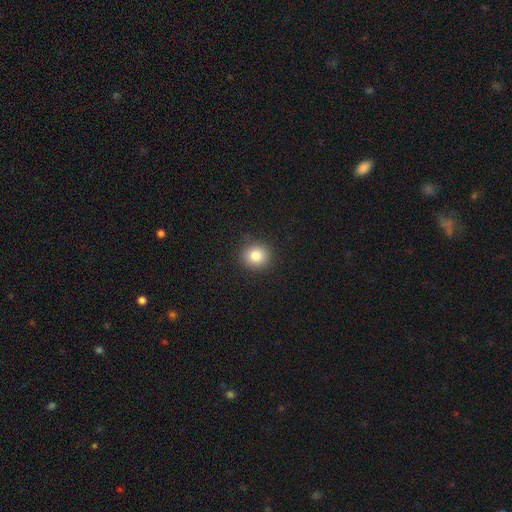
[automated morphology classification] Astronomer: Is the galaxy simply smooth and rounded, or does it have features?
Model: smooth — 82%.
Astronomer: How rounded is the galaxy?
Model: round — 89%.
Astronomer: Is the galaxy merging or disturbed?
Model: none — 89%.